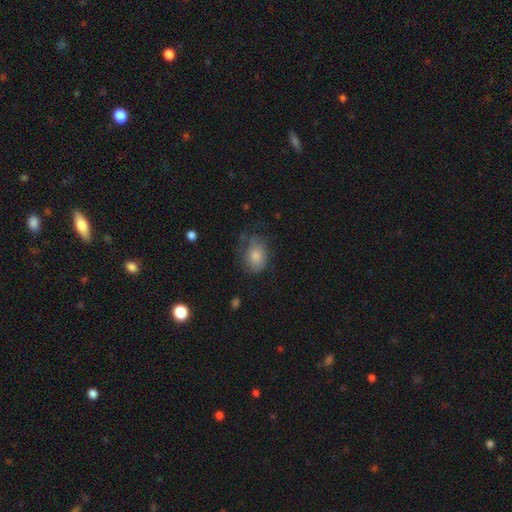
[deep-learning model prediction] Overall: smooth (65%). How rounded: in between (60%; round 39%). Merging: none (52%; minor disturbance 29%).